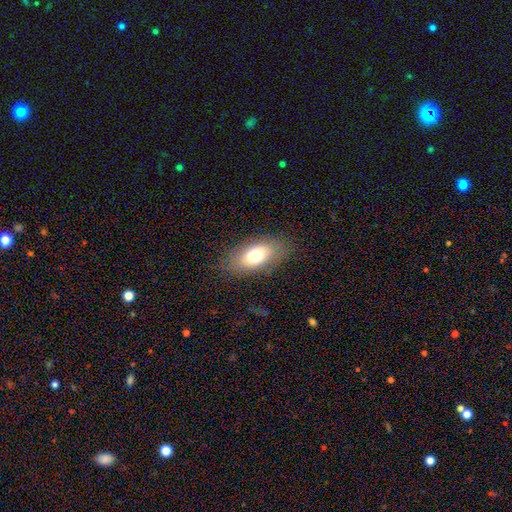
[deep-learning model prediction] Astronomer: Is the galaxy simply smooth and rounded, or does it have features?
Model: smooth — 71%.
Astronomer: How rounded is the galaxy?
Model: in between — 88%.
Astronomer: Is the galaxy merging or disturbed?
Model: none — 81%.